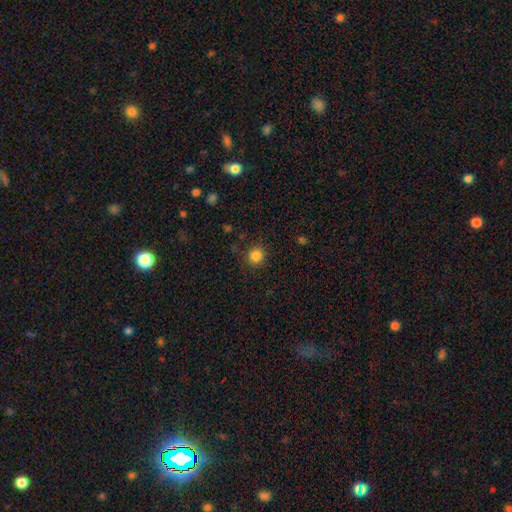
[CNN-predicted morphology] Q: Smooth or featured?
A: smooth (85%); runner-up: star or artifact (12%)
Q: How rounded?
A: round (92%); runner-up: in between (7%)
Q: Merging?
A: none (87%); runner-up: minor disturbance (9%)